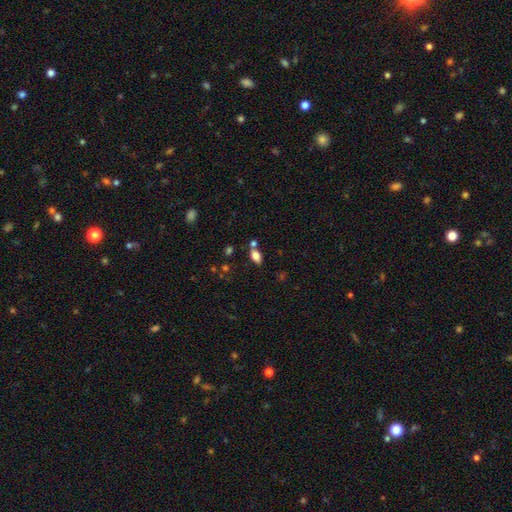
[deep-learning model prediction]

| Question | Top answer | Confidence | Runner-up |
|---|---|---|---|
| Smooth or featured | smooth | 79% | featured or disk (11%) |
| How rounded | in between | 90% | round (6%) |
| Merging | none | 68% | merger (16%) |